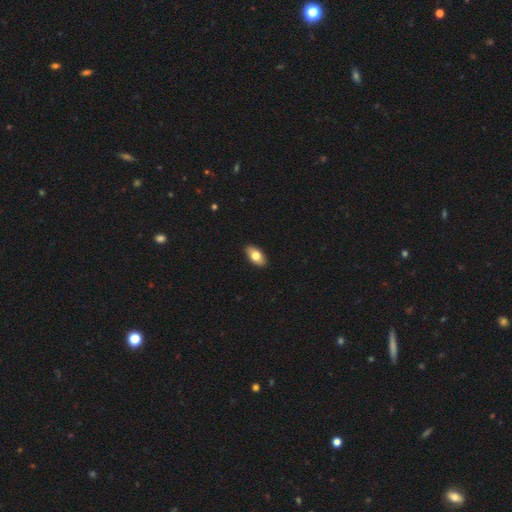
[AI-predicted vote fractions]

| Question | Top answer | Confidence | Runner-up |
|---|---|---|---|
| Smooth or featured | smooth | 75% | featured or disk (18%) |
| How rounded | in between | 92% | round (4%) |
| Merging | none | 90% | minor disturbance (7%) |